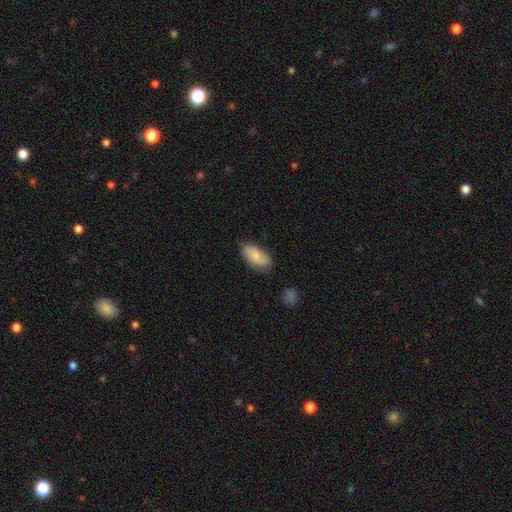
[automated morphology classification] Overall: smooth (78%). How rounded: in between (92%). Merging: none (76%).